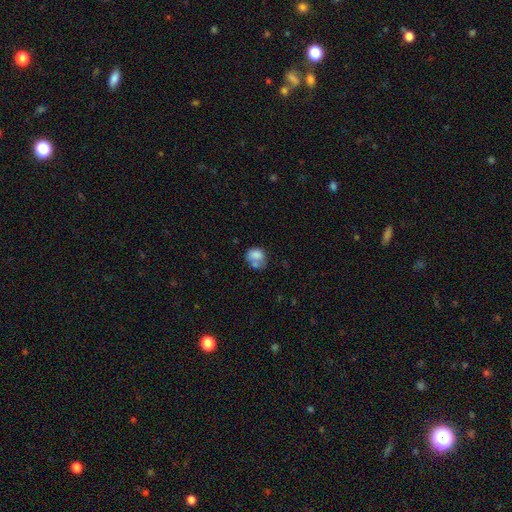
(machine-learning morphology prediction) Smooth or featured: smooth — 72% (featured or disk — 18%)
How rounded: in between — 56% (round — 43%)
Merging: merger — 38% (none — 32%)